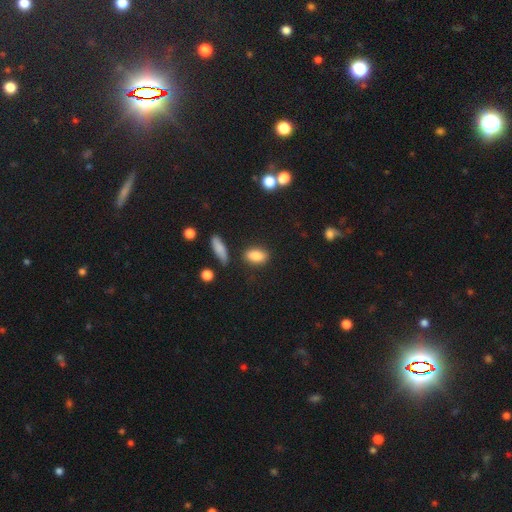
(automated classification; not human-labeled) Morphology: type=smooth (85%); roundness=in between (84%); merging=none (81%).